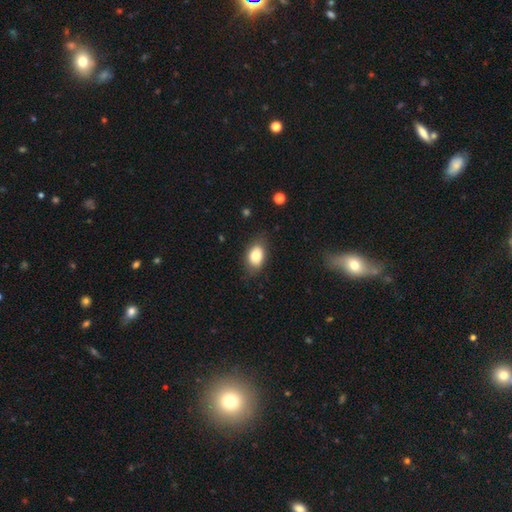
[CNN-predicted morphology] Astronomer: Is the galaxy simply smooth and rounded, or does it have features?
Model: smooth — 79%.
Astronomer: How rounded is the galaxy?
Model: in between — 84%.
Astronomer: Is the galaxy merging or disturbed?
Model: none — 78%.